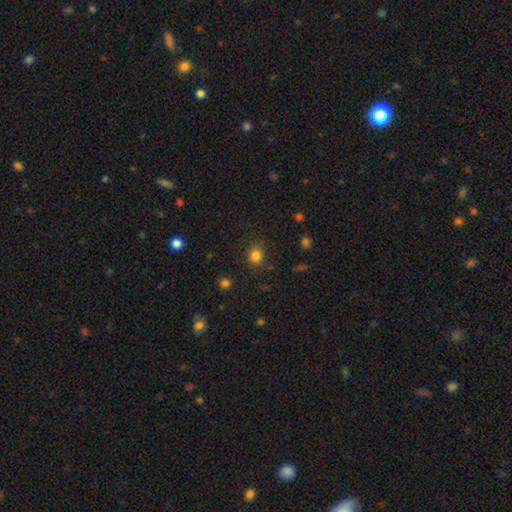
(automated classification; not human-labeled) A smooth galaxy with no disk features (82%) that is round (72%).

Vote fractions:
- Smooth or featured? smooth: 82% / star or artifact: 13% / featured or disk: 5%
- How rounded? round: 72% / in between: 27% / cigar-shaped: 1%
- Merging? none: 83% / minor disturbance: 11% / major disturbance: 4% / merger: 2%